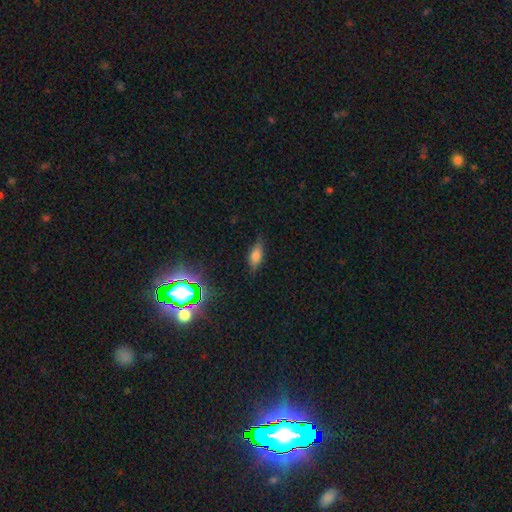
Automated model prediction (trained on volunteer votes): A smooth galaxy with no disk features (67%) that is in between round and cigar-shaped (73%). Merging: none (78%).